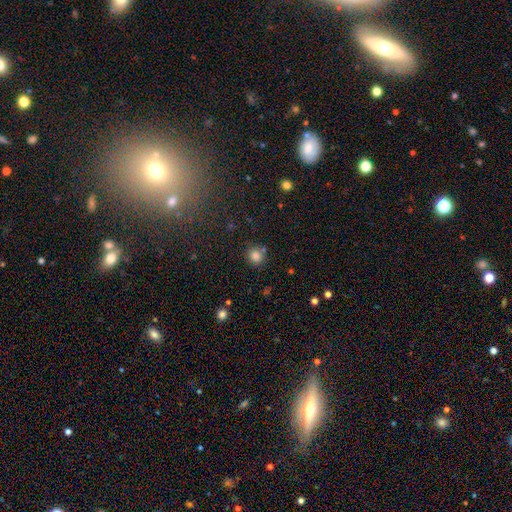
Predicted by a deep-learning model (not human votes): Q: Smooth or featured?
A: smooth (83%); runner-up: star or artifact (12%)
Q: How rounded?
A: round (86%); runner-up: in between (13%)
Q: Merging?
A: none (79%); runner-up: minor disturbance (10%)